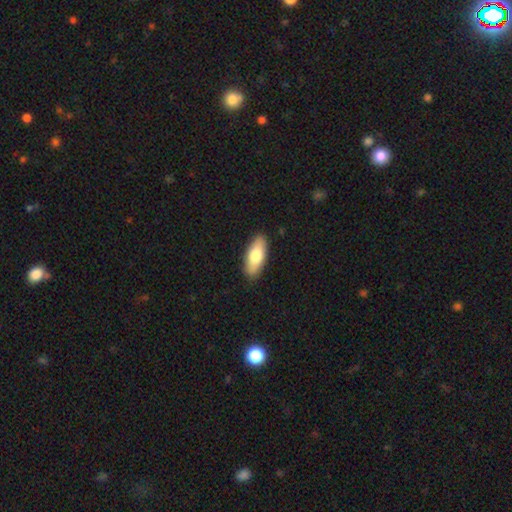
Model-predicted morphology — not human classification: Smooth or featured? smooth (75%)
How rounded? in between (81%)
Merging? none (89%)